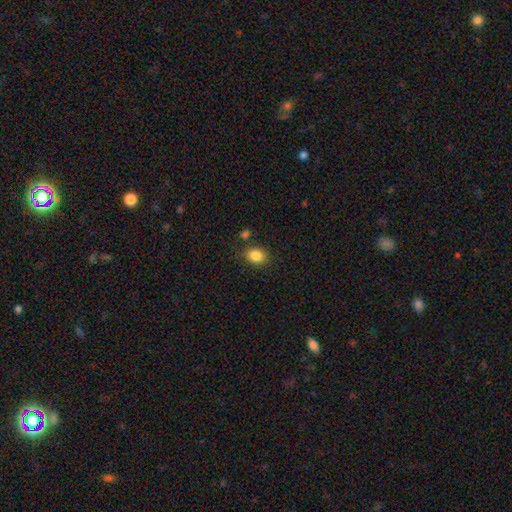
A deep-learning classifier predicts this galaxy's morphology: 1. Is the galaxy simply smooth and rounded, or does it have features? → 85% smooth, 9% star or artifact, 5% featured or disk.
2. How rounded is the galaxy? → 56% in between, 43% round, 1% cigar-shaped.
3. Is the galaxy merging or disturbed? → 79% none, 12% minor disturbance, 5% merger, 4% major disturbance.